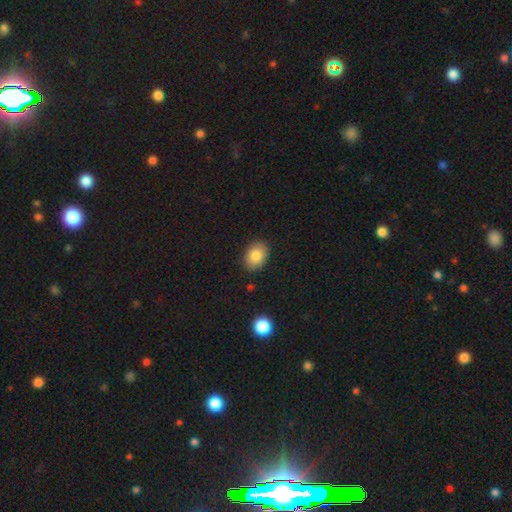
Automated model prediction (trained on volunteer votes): smooth_or_featured: smooth (p=0.85) [alt: star or artifact p=0.08]
how_rounded: in between (p=0.73) [alt: round p=0.26]
merging: none (p=0.87) [alt: minor disturbance p=0.10]